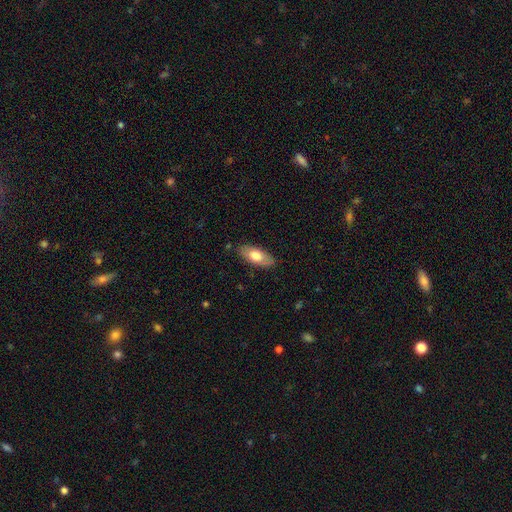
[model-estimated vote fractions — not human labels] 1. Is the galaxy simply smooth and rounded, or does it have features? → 68% smooth, 26% featured or disk, 6% star or artifact.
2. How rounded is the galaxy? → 84% in between, 14% cigar-shaped, 2% round.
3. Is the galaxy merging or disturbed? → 84% none, 12% minor disturbance, 2% major disturbance, 1% merger.